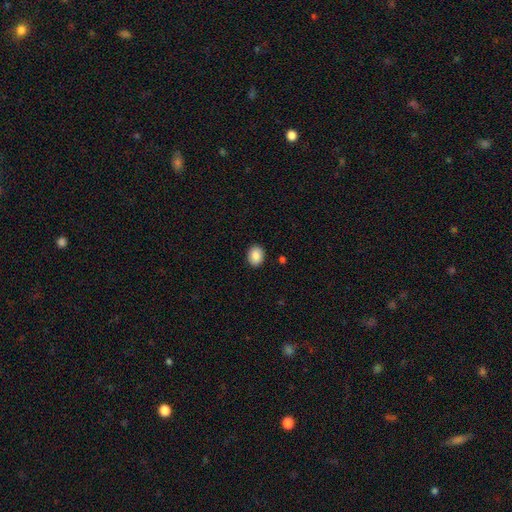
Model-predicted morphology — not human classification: A smooth galaxy with no disk features (87%) that is in between round and cigar-shaped (52%).

Vote fractions:
- Smooth or featured? smooth: 87% / star or artifact: 8% / featured or disk: 5%
- How rounded? in between: 52% / round: 47% / cigar-shaped: 1%
- Merging? none: 90% / minor disturbance: 7% / major disturbance: 2% / merger: 1%